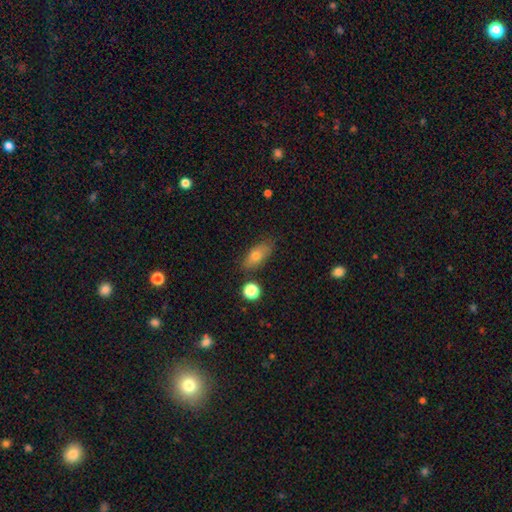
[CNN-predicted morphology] Smooth or featured: smooth — 71% (featured or disk — 20%)
How rounded: in between — 79% (cigar-shaped — 13%)
Merging: none — 76% (minor disturbance — 17%)